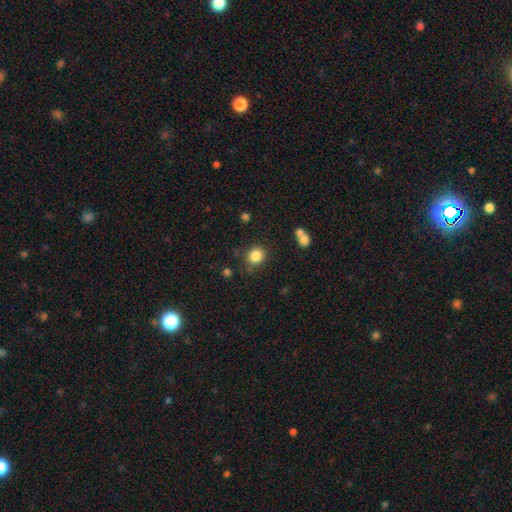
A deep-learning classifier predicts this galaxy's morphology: Smooth or featured?
  - smooth: 85% *
  - star or artifact: 11%
  - featured or disk: 5%
How rounded?
  - round: 80% *
  - in between: 19%
  - cigar-shaped: 1%
Merging?
  - none: 80% *
  - minor disturbance: 11%
  - merger: 5%
  - major disturbance: 4%